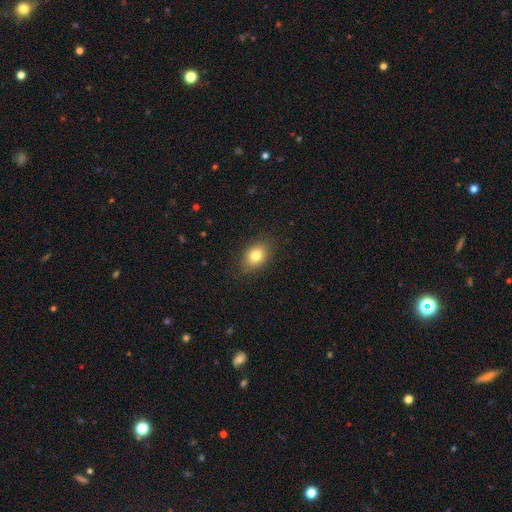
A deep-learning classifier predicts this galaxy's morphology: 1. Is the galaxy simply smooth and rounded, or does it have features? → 80% smooth, 10% featured or disk, 10% star or artifact.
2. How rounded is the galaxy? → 73% in between, 26% round, 1% cigar-shaped.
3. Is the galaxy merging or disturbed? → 85% none, 11% minor disturbance, 3% major disturbance, 1% merger.